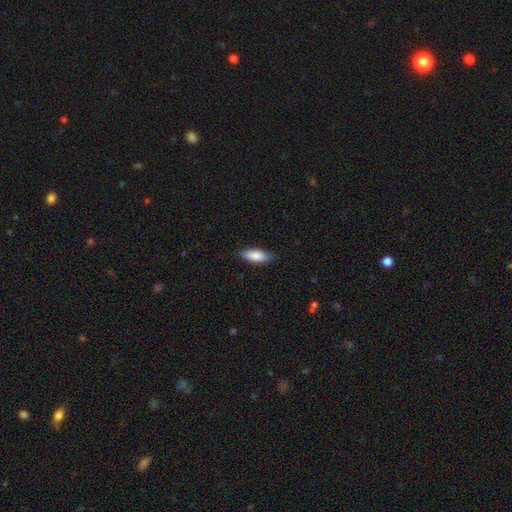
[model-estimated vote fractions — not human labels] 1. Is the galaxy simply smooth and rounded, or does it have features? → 86% smooth, 9% featured or disk, 6% star or artifact.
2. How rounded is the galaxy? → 76% in between, 22% cigar-shaped, 2% round.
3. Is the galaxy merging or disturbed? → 84% none, 13% minor disturbance, 2% major disturbance, 1% merger.